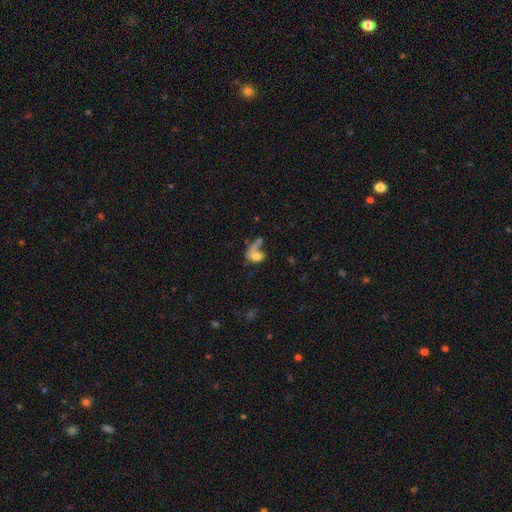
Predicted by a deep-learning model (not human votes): smooth-or-featured: smooth: 61% | featured or disk: 27% | star or artifact: 13%
  how-rounded: in between: 71% | round: 24% | cigar-shaped: 5%
  merging: merger: 36% | major disturbance: 26% | none: 25% | minor disturbance: 13%